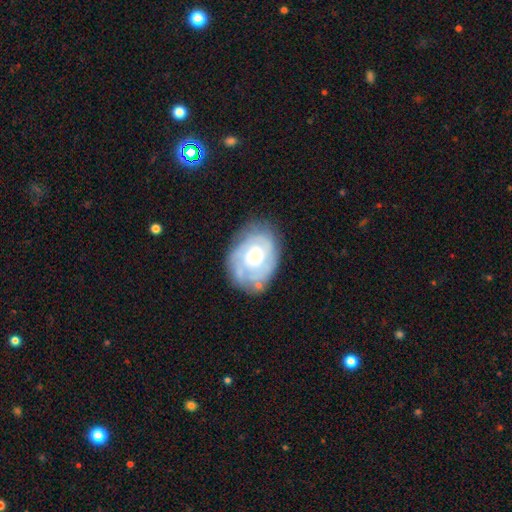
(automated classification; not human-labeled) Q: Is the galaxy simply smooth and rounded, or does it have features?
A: featured or disk — 71%.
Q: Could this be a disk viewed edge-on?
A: no — 97%.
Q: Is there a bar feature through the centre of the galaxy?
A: no — 79%.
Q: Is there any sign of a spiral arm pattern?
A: yes — 80%.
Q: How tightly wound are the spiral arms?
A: tight — 69%.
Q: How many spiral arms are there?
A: can't tell — 51%.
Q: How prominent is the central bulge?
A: moderate — 60%.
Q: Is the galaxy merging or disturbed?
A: none — 70%.